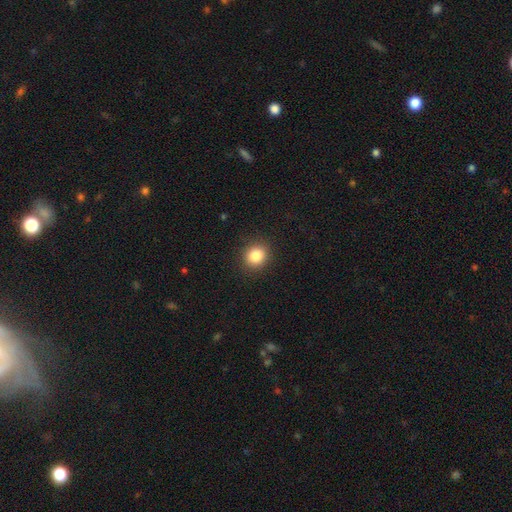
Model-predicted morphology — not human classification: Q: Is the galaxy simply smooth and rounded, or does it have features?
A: smooth — 85%.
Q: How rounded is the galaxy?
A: round — 82%.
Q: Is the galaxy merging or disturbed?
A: none — 90%.